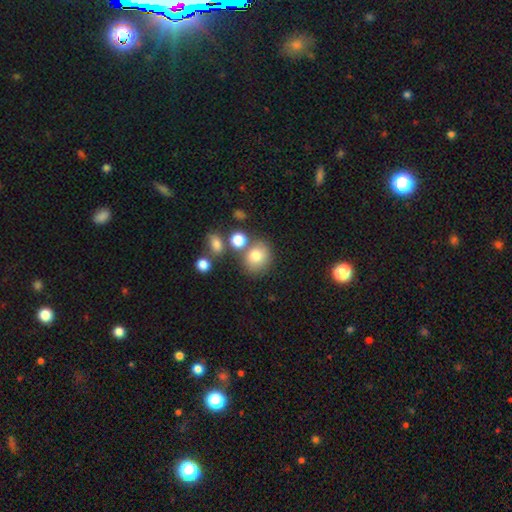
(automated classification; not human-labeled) Overall: smooth (80%). How rounded: round (69%; in between 30%). Merging: none (61%).